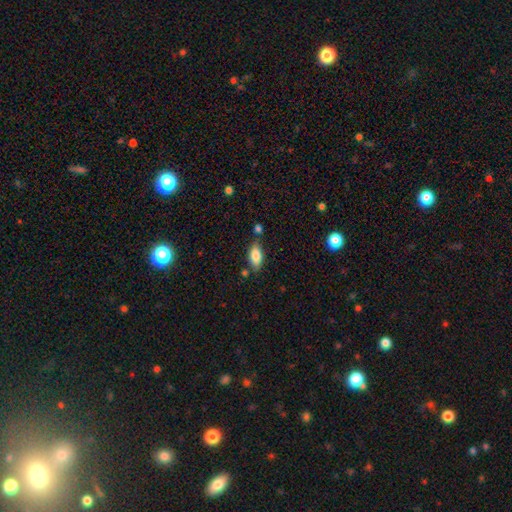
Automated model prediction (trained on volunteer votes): Morphology: type=smooth (83%); roundness=in between (89%); merging=none (72%).